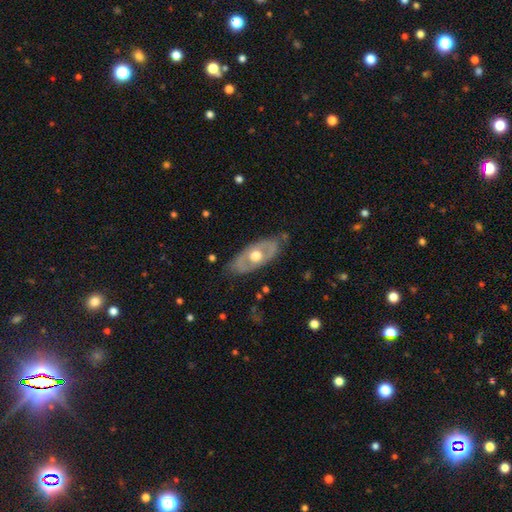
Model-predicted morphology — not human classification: Smooth or featured?
  - featured or disk: 59% *
  - smooth: 36%
  - star or artifact: 5%
Edge-on disk?
  - no: 81% *
  - yes: 19%
Merging?
  - none: 75% *
  - minor disturbance: 18%
  - major disturbance: 5%
  - merger: 1%